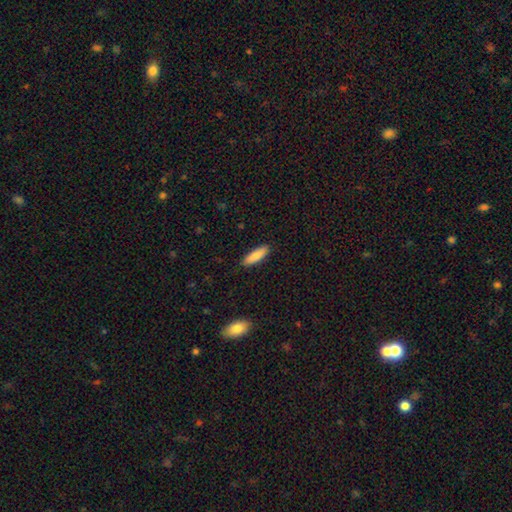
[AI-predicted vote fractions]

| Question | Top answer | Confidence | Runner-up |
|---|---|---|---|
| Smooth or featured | smooth | 84% | featured or disk (10%) |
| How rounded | cigar-shaped | 51% | in between (47%) |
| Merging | none | 90% | minor disturbance (7%) |